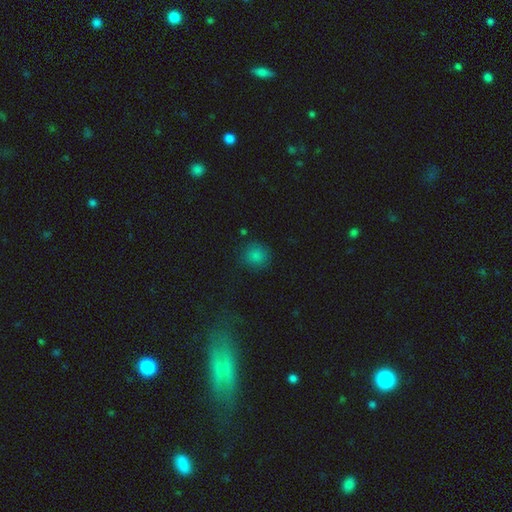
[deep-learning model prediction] This appears to be a smooth galaxy with no disk features (82%) that is round (90%). Merging: none (83%).